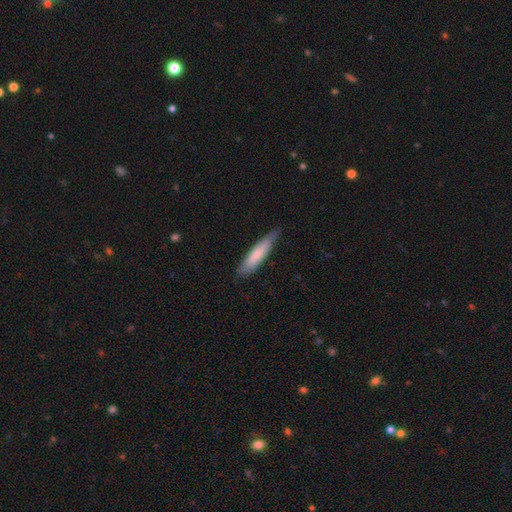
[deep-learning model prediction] Smooth or featured? Predicted: smooth (p=0.73). How rounded? Predicted: cigar-shaped (p=0.81). Merging? Predicted: none (p=0.78).